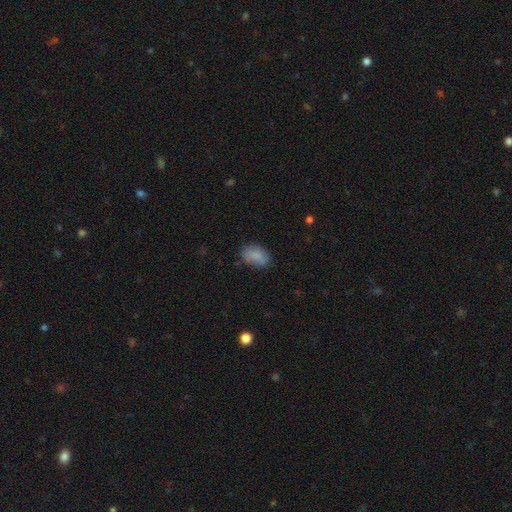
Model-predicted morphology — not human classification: Q: Smooth or featured?
A: smooth (84%); runner-up: star or artifact (8%)
Q: How rounded?
A: in between (91%); runner-up: round (8%)
Q: Merging?
A: none (73%); runner-up: minor disturbance (21%)